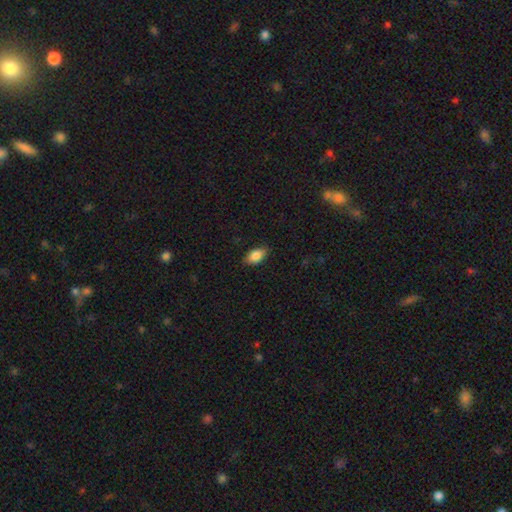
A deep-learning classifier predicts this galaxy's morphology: This is clearly a smooth galaxy (86%). How rounded: clearly in between (91%). Merging: clearly none (85%).